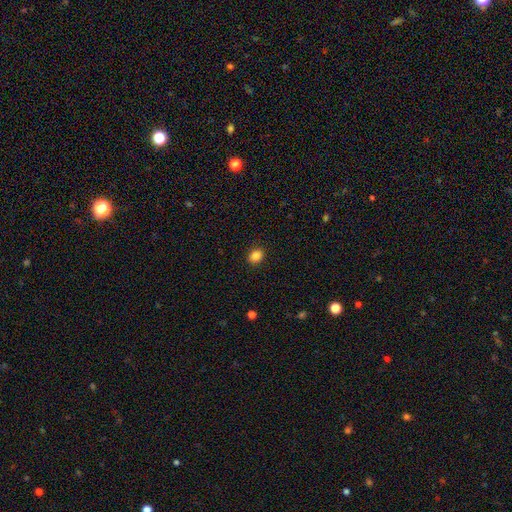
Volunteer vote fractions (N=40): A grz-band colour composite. It shows a smooth galaxy with no disk features (88%) that is round (80%). Merging: none (92%).